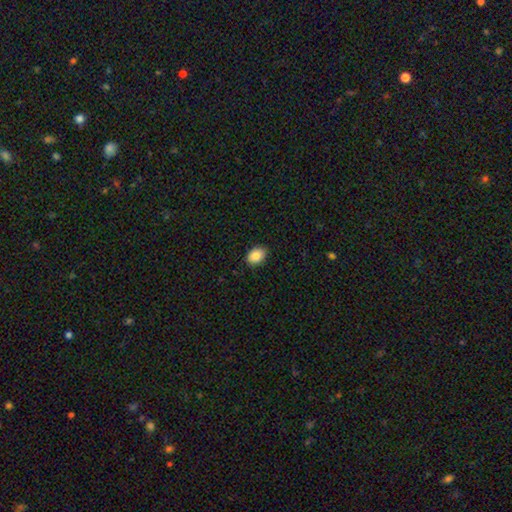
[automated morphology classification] This appears to be a smooth galaxy with no disk features (86%) that is in between round and cigar-shaped (80%). Merging: none (89%).